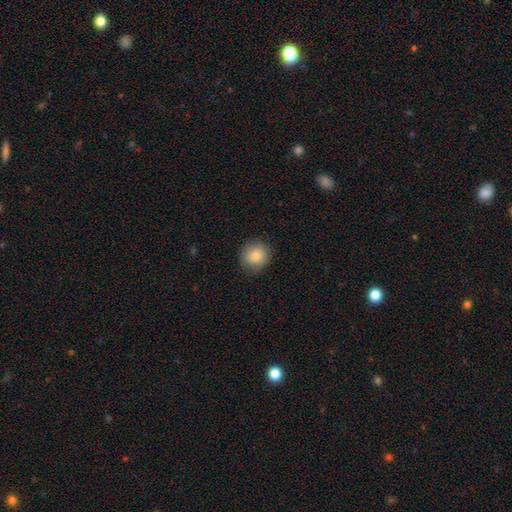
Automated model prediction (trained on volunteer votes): This appears to be a smooth galaxy with no disk features (83%) that is round (85%). Merging: none (83%).